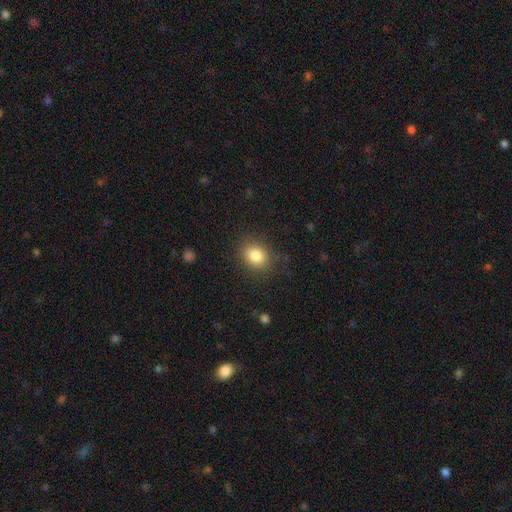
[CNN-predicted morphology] The model was most divided on "how rounded": round: 56%, in between: 43%, cigar-shaped: 1%. More confident: merging — none (84%); smooth or featured — smooth (83%).